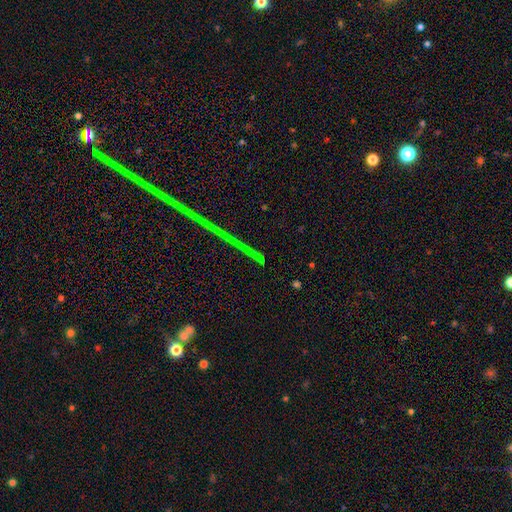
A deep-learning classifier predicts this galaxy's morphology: smooth_or_featured: star or artifact (p=0.78) [alt: featured or disk p=0.12]